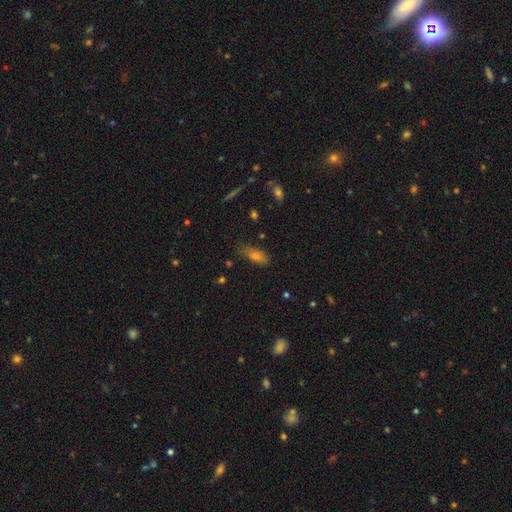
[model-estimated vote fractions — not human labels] smooth-or-featured: smooth: 66% | star or artifact: 17% | featured or disk: 17%
  how-rounded: in between: 69% | cigar-shaped: 27% | round: 4%
  merging: none: 76% | minor disturbance: 17% | major disturbance: 4% | merger: 2%